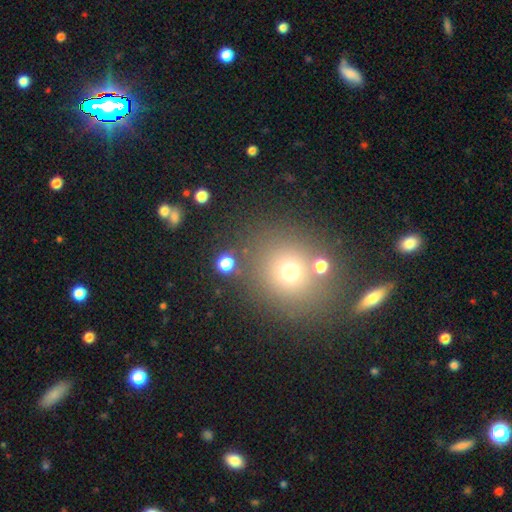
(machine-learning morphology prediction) smooth-or-featured: smooth: 56% | star or artifact: 33% | featured or disk: 11%
  how-rounded: round: 80% | in between: 19% | cigar-shaped: 1%
  merging: none: 79% | merger: 9% | minor disturbance: 8% | major disturbance: 4%